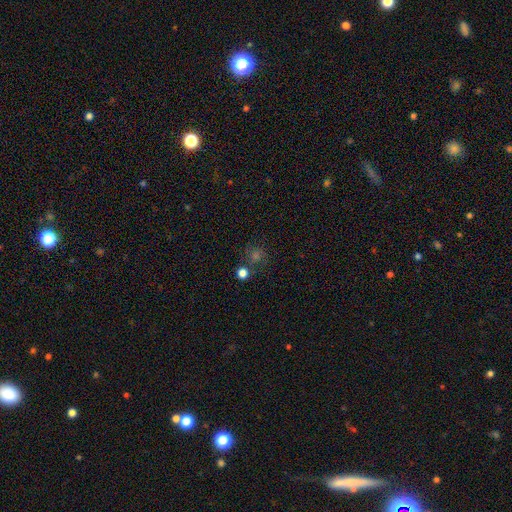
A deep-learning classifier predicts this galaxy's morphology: type=smooth (46%); merging=none (74%).